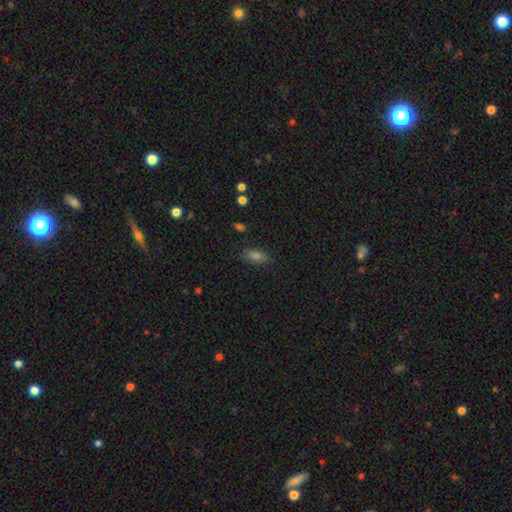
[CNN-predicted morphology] A smooth galaxy with no disk features (74%) that is in between round and cigar-shaped (83%).

Vote fractions:
- Smooth or featured? smooth: 74% / star or artifact: 19% / featured or disk: 8%
- How rounded? in between: 83% / round: 9% / cigar-shaped: 8%
- Merging? none: 83% / minor disturbance: 12% / major disturbance: 3% / merger: 2%